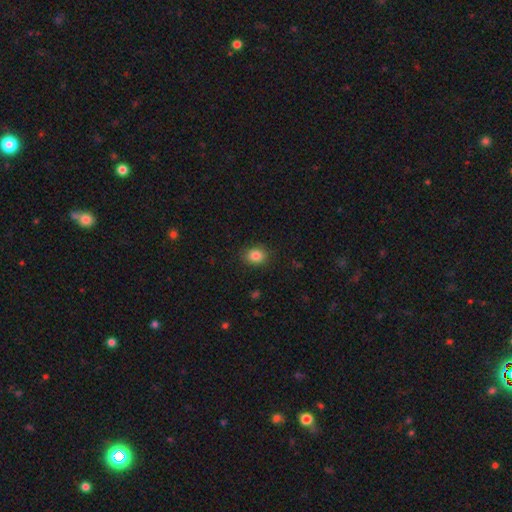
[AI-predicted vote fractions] Smooth or featured? smooth (85%)
How rounded? in between (50%)
Merging? none (88%)